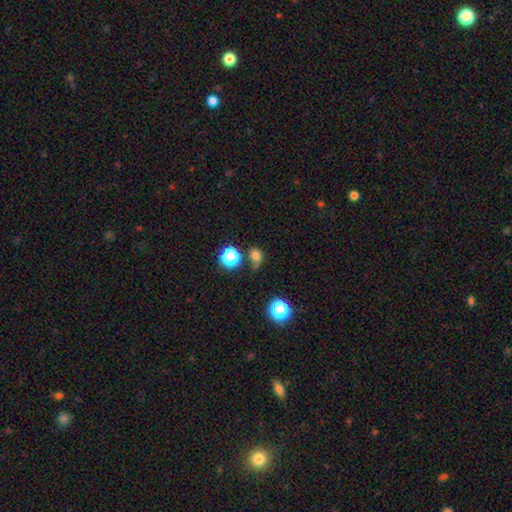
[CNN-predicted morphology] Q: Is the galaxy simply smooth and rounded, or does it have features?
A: smooth — 72%.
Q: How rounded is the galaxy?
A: round — 65%.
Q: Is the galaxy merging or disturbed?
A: none — 57%.